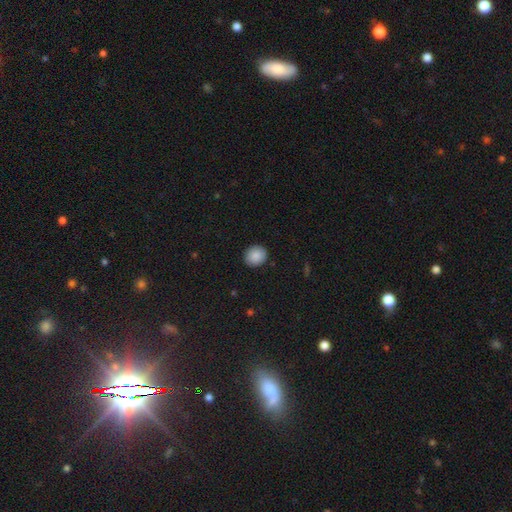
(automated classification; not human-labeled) This appears to be a smooth galaxy with no disk features (89%) that is round (77%). Merging: none (89%).